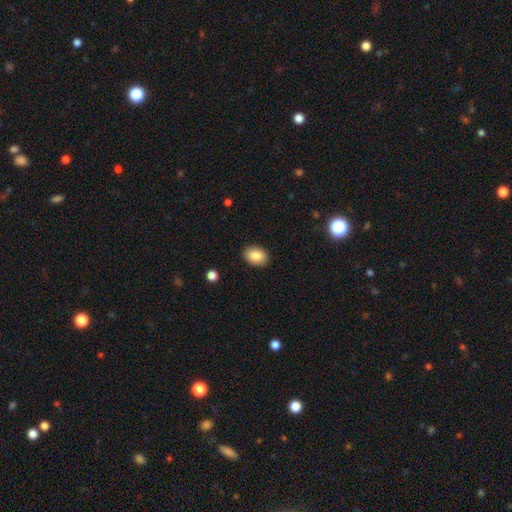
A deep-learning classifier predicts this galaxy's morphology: smooth_or_featured: smooth (p=0.86) [alt: star or artifact p=0.08]
how_rounded: in between (p=0.74) [alt: round p=0.25]
merging: none (p=0.89) [alt: minor disturbance p=0.08]